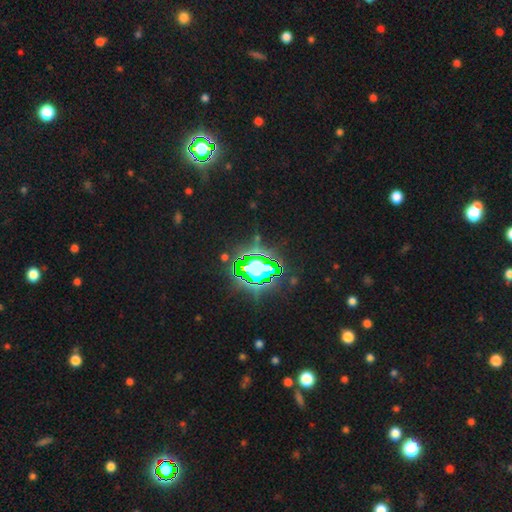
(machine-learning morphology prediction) Overall: star or artifact (79%).